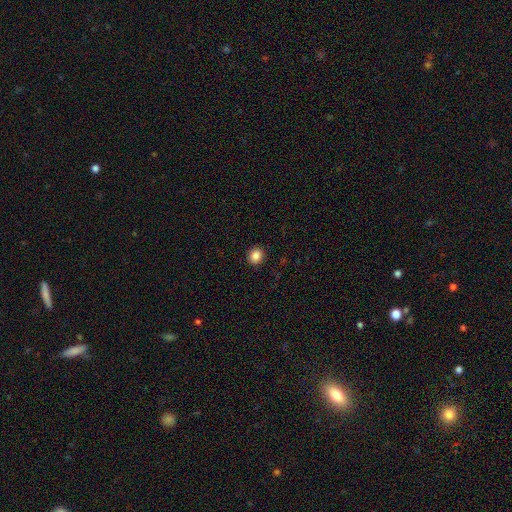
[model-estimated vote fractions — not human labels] This appears to be a smooth galaxy with no disk features (86%) that is round (78%). Merging: none (92%).